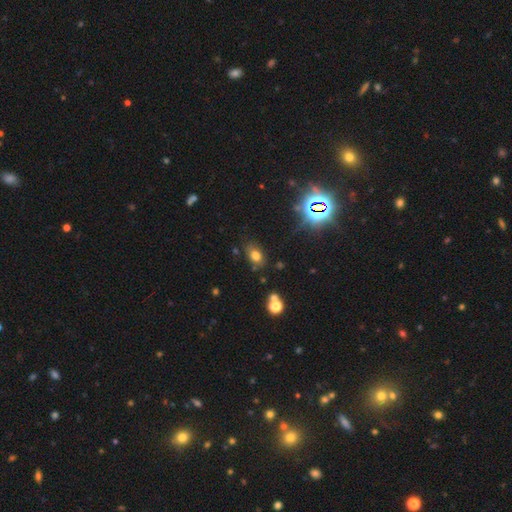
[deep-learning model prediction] smooth_or_featured: smooth (p=0.71) [alt: star or artifact p=0.19]
how_rounded: in between (p=0.77) [alt: round p=0.21]
merging: none (p=0.75) [alt: minor disturbance p=0.15]